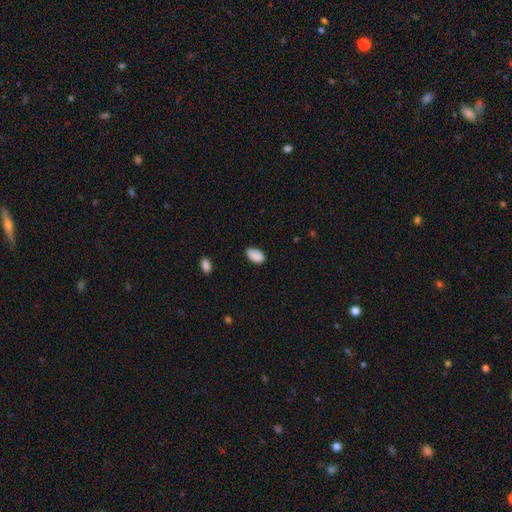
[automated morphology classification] A smooth galaxy with no disk features (89%) that is in between round and cigar-shaped (92%). Merging: none (76%).